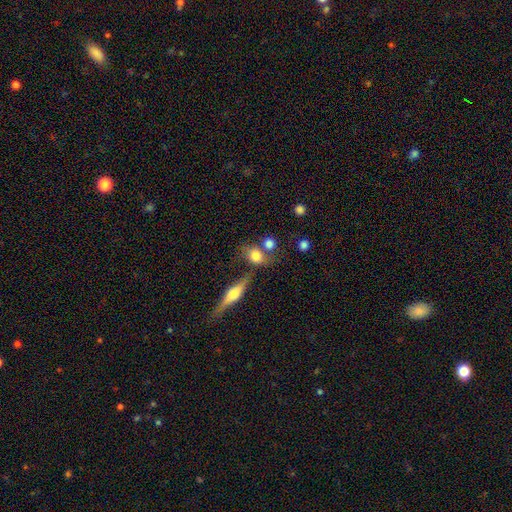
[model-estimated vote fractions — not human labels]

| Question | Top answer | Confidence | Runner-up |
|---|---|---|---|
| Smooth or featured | smooth | 76% | featured or disk (14%) |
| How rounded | round | 54% | in between (41%) |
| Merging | none | 51% | merger (27%) |